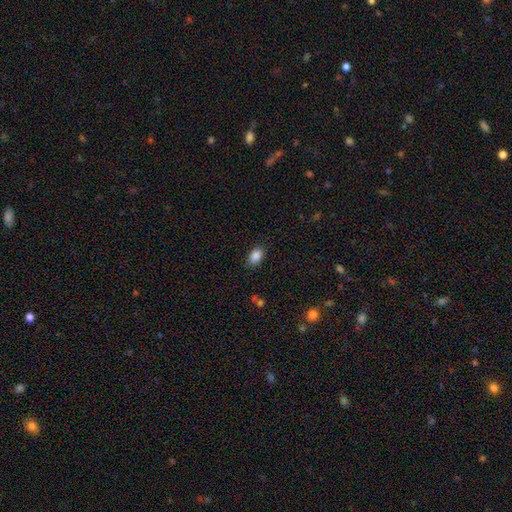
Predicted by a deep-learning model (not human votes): smooth 87%, star or artifact 9%, featured or disk 5%. Down the decision tree: how rounded — in between (86%); merging — none (85%).